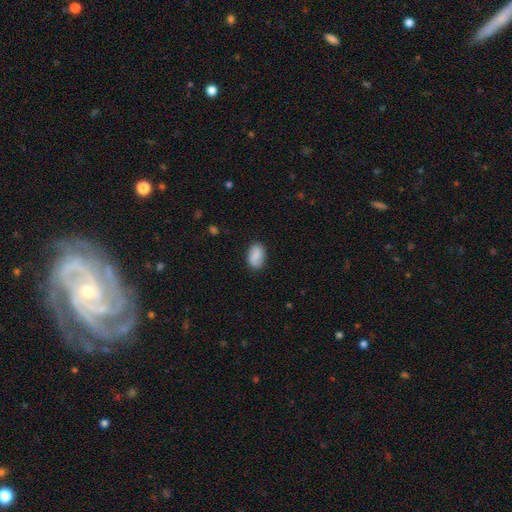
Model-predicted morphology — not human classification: smooth_or_featured: smooth (p=0.86) [alt: featured or disk p=0.07]
how_rounded: in between (p=0.89) [alt: round p=0.09]
merging: none (p=0.82) [alt: minor disturbance p=0.14]